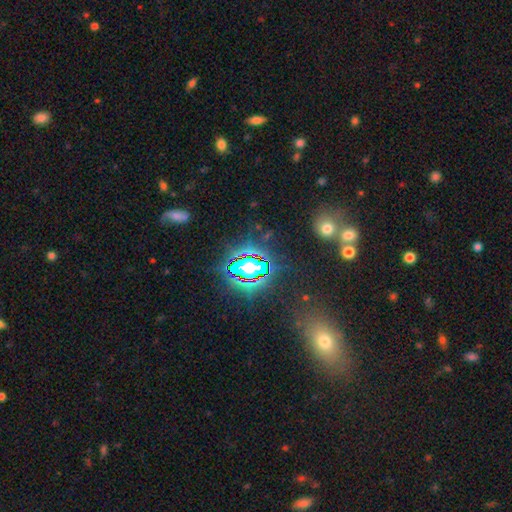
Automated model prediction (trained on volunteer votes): Smooth or featured?
  - star or artifact: 72% *
  - smooth: 17%
  - featured or disk: 12%